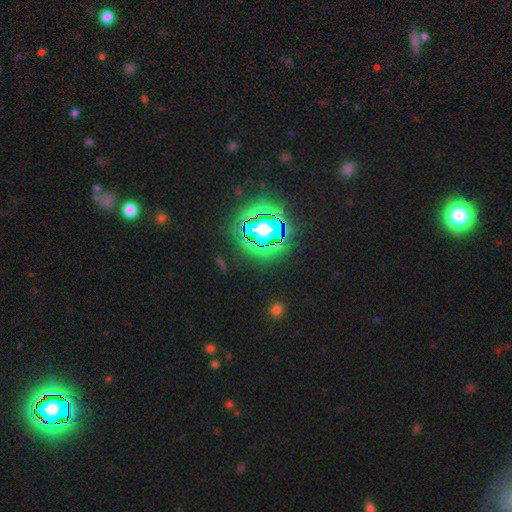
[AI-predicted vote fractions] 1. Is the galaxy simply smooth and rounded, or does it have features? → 82% star or artifact, 12% smooth, 6% featured or disk.